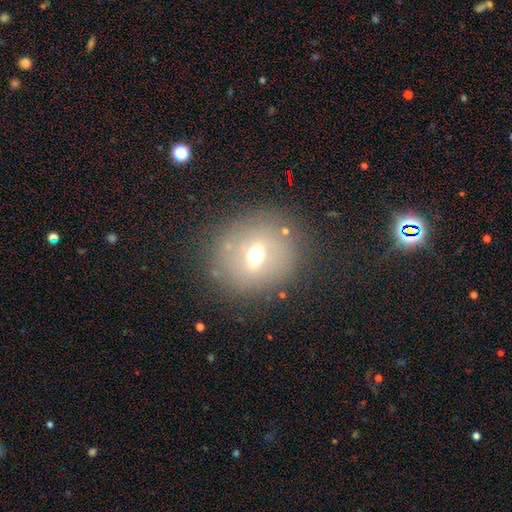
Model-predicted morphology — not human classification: A smooth galaxy with no disk features (50%) that is round (75%).

Vote fractions:
- Smooth or featured? smooth: 50% / featured or disk: 35% / star or artifact: 15%
- How rounded? round: 75% / in between: 24% / cigar-shaped: 1%
- Merging? none: 80% / minor disturbance: 12% / major disturbance: 6% / merger: 3%